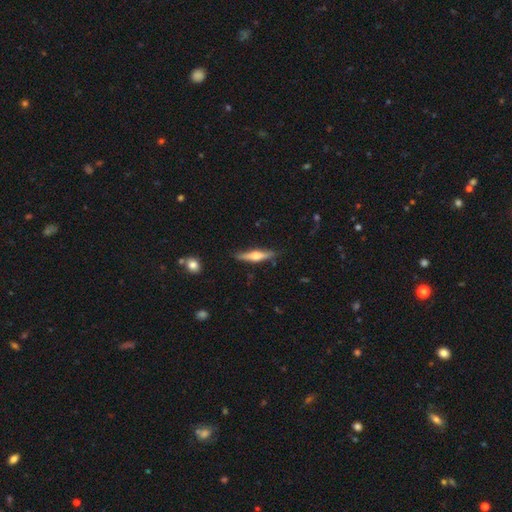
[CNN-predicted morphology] smooth_or_featured: featured or disk (p=0.62) [alt: smooth p=0.33]
disk_edge_on: yes (p=0.96) [alt: no p=0.04]
edge_on_bulge: rounded (p=0.93) [alt: boxy p=0.04]
merging: none (p=0.87) [alt: minor disturbance p=0.10]